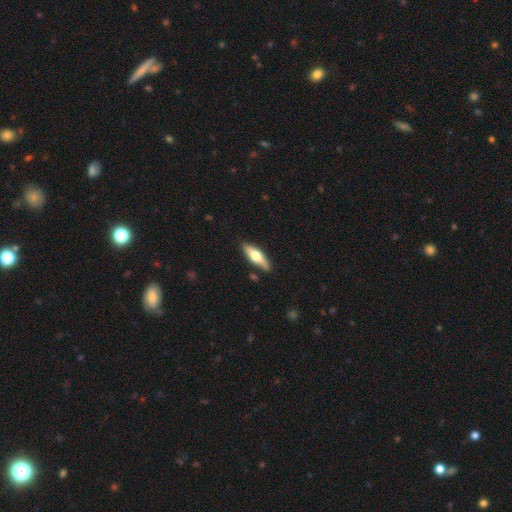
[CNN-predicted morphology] This is possibly a smooth galaxy (49%). Merging: clearly none (85%).